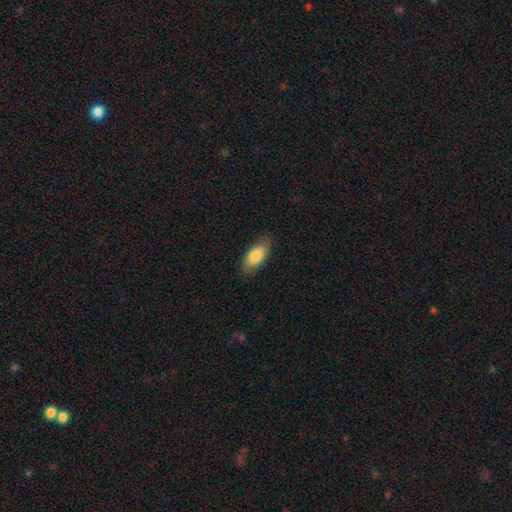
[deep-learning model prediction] This is clearly a smooth galaxy (83%). How rounded: clearly in between (88%). Merging: clearly none (85%).